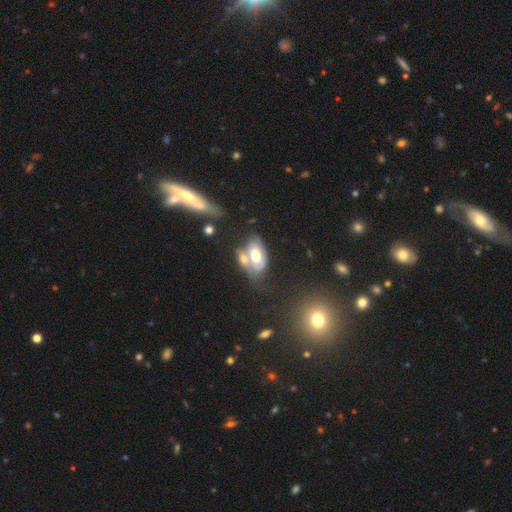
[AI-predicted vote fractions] smooth_or_featured: featured or disk (p=0.47) [alt: smooth p=0.46]
merging: merger (p=0.51) [alt: none p=0.24]